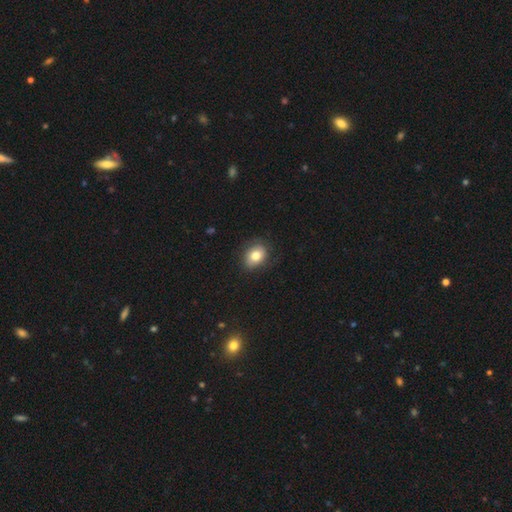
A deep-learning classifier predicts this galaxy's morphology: This is likely a smooth galaxy (77%). How rounded: possibly in between (60%). Merging: likely none (77%).